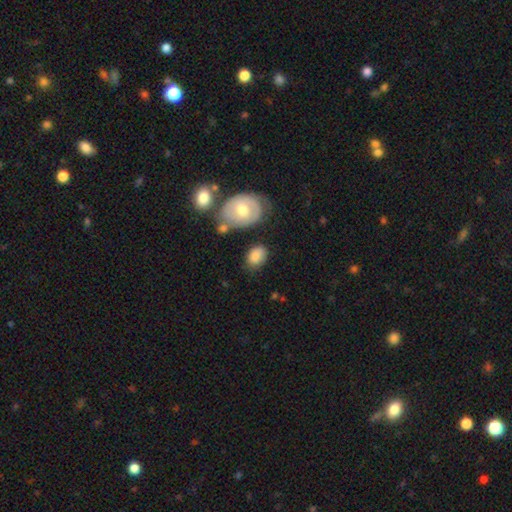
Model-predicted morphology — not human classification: Smooth or featured? smooth (80%)
How rounded? in between (78%)
Merging? none (64%)